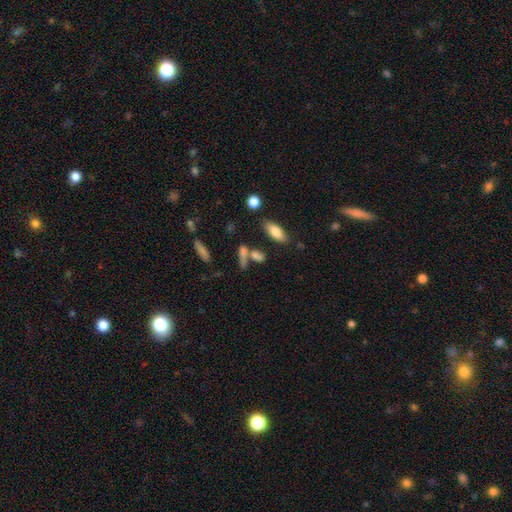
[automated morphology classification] Smooth or featured? Predicted: smooth (p=0.71). How rounded? Predicted: in between (p=0.57). Merging? Predicted: none (p=0.50).